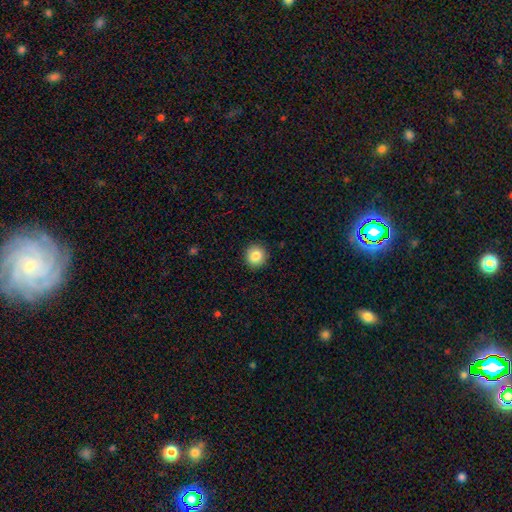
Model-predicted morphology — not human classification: The model was most divided on "smooth or featured": smooth: 85%, star or artifact: 9%, featured or disk: 6%. More confident: merging — none (92%); how rounded — round (91%).